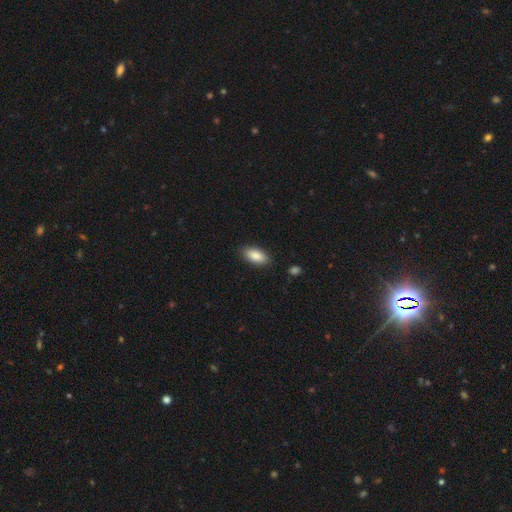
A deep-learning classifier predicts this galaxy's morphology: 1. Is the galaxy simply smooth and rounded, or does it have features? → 88% smooth, 6% star or artifact, 6% featured or disk.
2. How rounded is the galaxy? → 90% in between, 8% cigar-shaped, 2% round.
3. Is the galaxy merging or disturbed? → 88% none, 9% minor disturbance, 2% major disturbance, 1% merger.